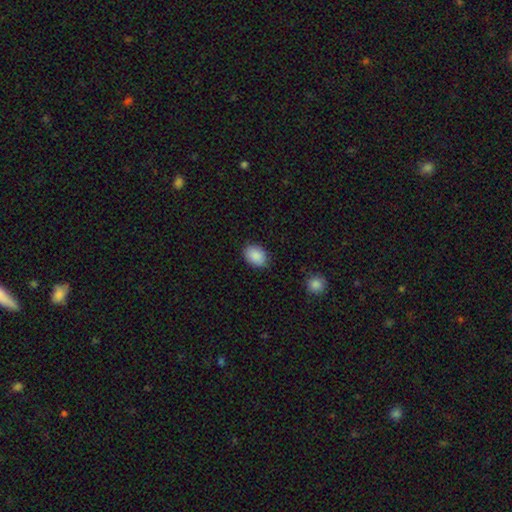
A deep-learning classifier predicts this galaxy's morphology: Smooth or featured? Predicted: smooth (p=0.89). How rounded? Predicted: in between (p=0.74). Merging? Predicted: none (p=0.85).